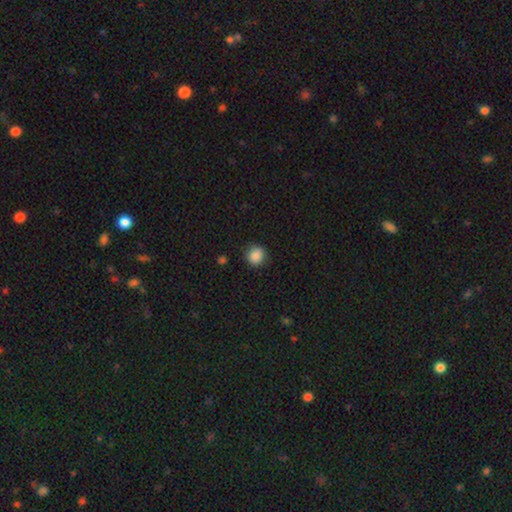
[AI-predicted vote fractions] Smooth or featured: smooth — 87% (star or artifact — 9%)
How rounded: round — 84% (in between — 15%)
Merging: none — 86% (minor disturbance — 10%)